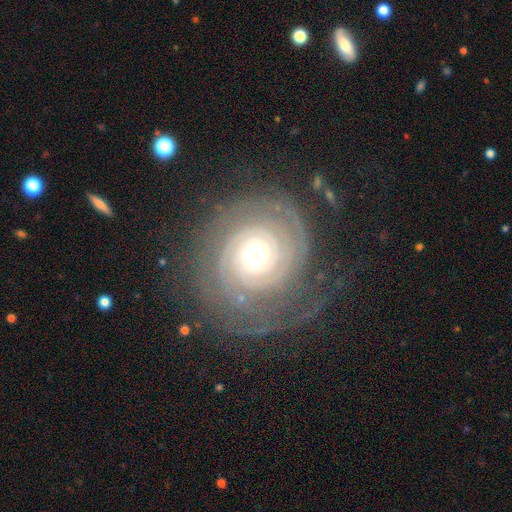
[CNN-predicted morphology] smooth-or-featured: featured or disk: 87% | smooth: 8% | star or artifact: 6%
  disk-edge-on: no: 97% | yes: 3%
    bar: no: 80% | weak: 14% | strong: 6%
    has-spiral-arms: yes: 96% | no: 4%
      spiral-winding: tight: 82% | medium: 14% | loose: 4%
      spiral-arm-count: 2: 30% | can't tell: 26% | 3: 17% | 4: 10% | more than 4: 9% | 1: 8%
    bulge-size: moderate: 63% | small: 20% | large: 14% | dominant: 2% | none: 1%
  merging: none: 74% | minor disturbance: 14% | major disturbance: 10% | merger: 2%